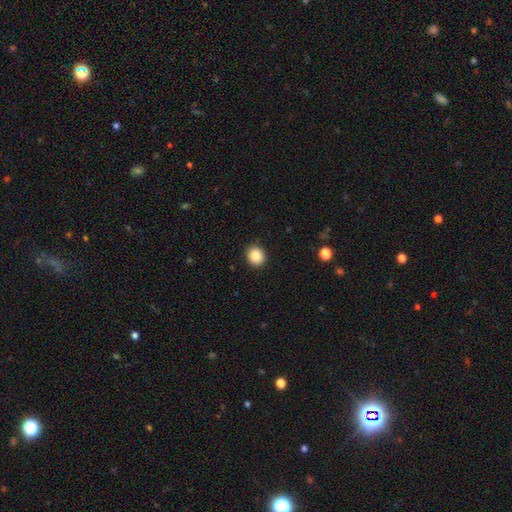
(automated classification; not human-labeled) A smooth galaxy with no disk features (88%) that is round (83%).

Vote fractions:
- Smooth or featured? smooth: 88% / star or artifact: 9% / featured or disk: 3%
- How rounded? round: 83% / in between: 16% / cigar-shaped: 1%
- Merging? none: 90% / minor disturbance: 7% / major disturbance: 2% / merger: 1%